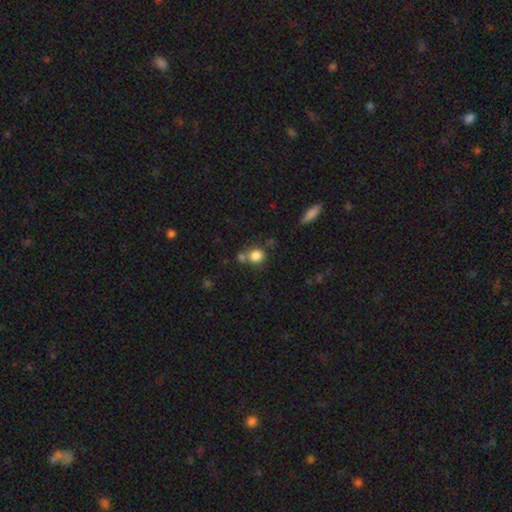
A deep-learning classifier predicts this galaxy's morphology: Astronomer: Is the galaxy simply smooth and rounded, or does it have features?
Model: smooth — 83%.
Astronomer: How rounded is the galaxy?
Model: round — 83%.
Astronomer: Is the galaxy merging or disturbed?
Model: none — 58%.